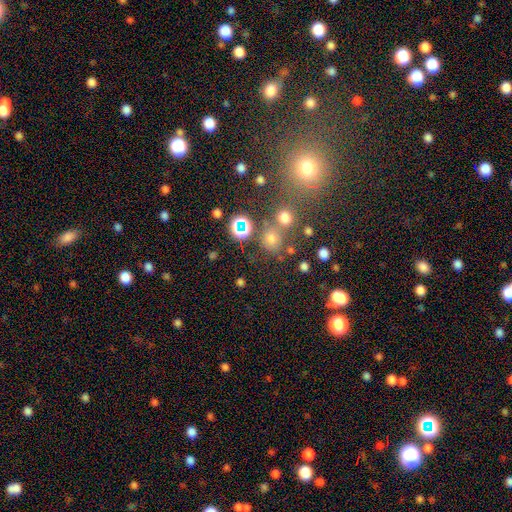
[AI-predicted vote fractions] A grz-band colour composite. It shows a star or artifact, not a galaxy (53%).